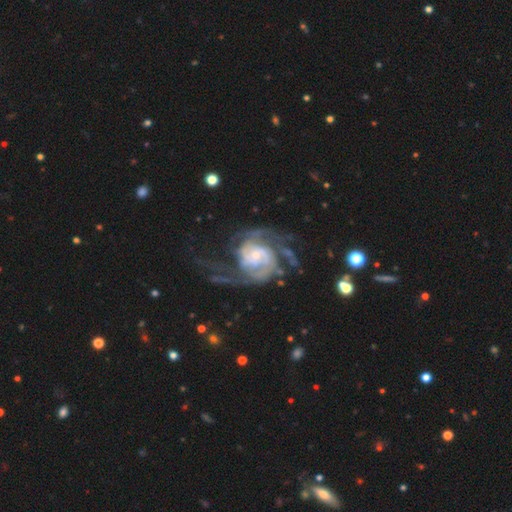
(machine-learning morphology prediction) Smooth or featured?
  - featured or disk: 87% *
  - smooth: 7%
  - star or artifact: 5%
Edge-on disk?
  - no: 98% *
  - yes: 2%
Bar?
  - no: 64% *
  - weak: 28%
  - strong: 8%
Spiral arms?
  - yes: 94% *
  - no: 6%
Spiral winding?
  - tight: 42% *
  - medium: 38%
  - loose: 20%
Spiral arm count?
  - 2: 47% *
  - can't tell: 21%
  - 3: 14%
  - 4: 6%
  - 1: 6%
  - more than 4: 5%
Bulge size?
  - small: 64% *
  - moderate: 29%
  - large: 4%
  - none: 2%
  - dominant: 1%
Merging?
  - none: 40% *
  - major disturbance: 39%
  - minor disturbance: 16%
  - merger: 6%